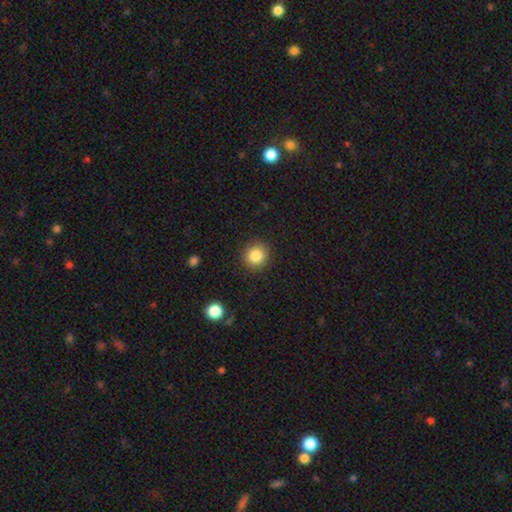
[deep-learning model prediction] A smooth galaxy with no disk features (84%) that is round (90%). Merging: none (90%).